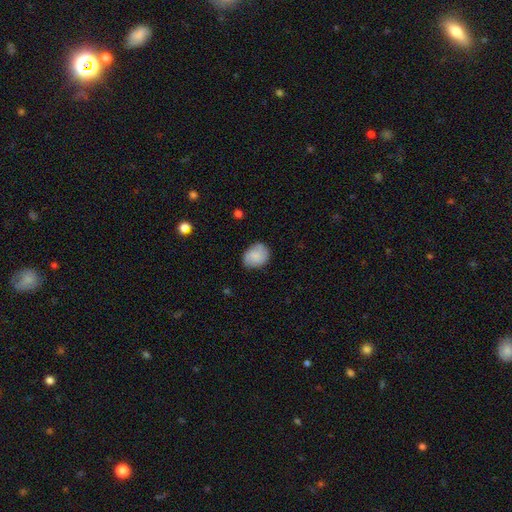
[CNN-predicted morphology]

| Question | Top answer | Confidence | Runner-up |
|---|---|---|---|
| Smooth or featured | smooth | 79% | featured or disk (14%) |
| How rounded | in between | 51% | round (49%) |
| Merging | none | 73% | minor disturbance (21%) |